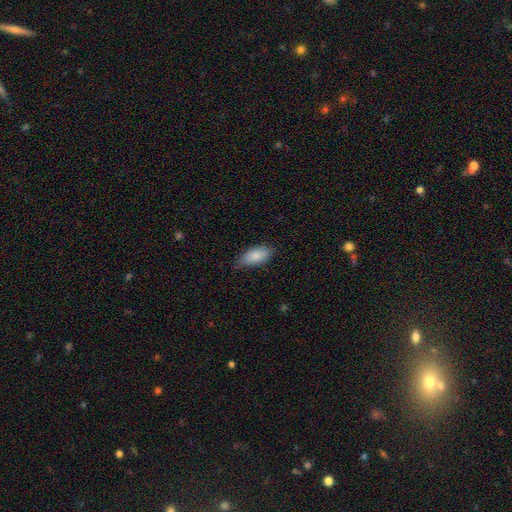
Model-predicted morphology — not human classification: smooth_or_featured: smooth (p=0.85) [alt: featured or disk p=0.08]
how_rounded: in between (p=0.89) [alt: cigar-shaped p=0.08]
merging: none (p=0.72) [alt: minor disturbance p=0.23]